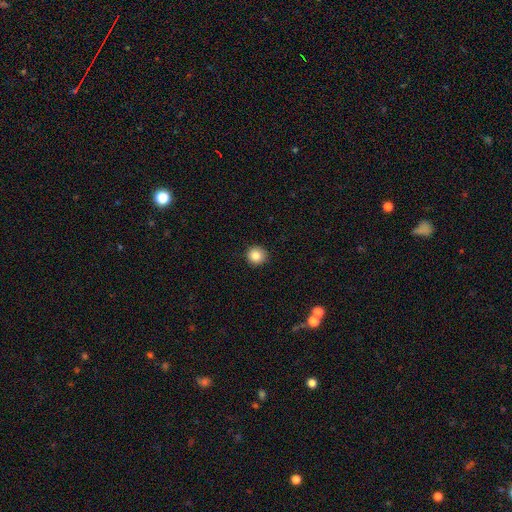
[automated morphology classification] Smooth or featured? Predicted: smooth (p=0.84). How rounded? Predicted: round (p=0.94). Merging? Predicted: none (p=0.92).